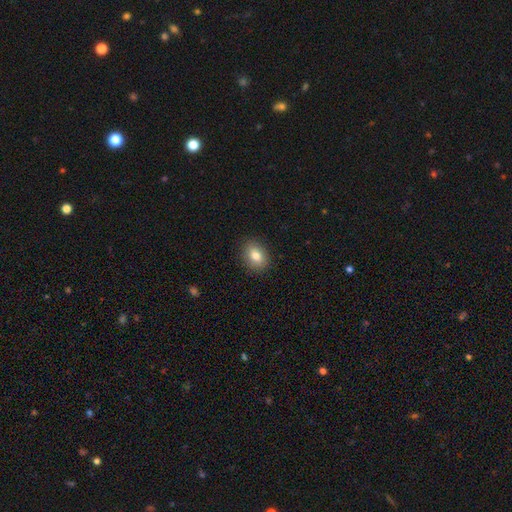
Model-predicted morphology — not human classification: This appears to be a smooth galaxy with no disk features (82%) that is in between round and cigar-shaped (66%). Merging: none (89%).